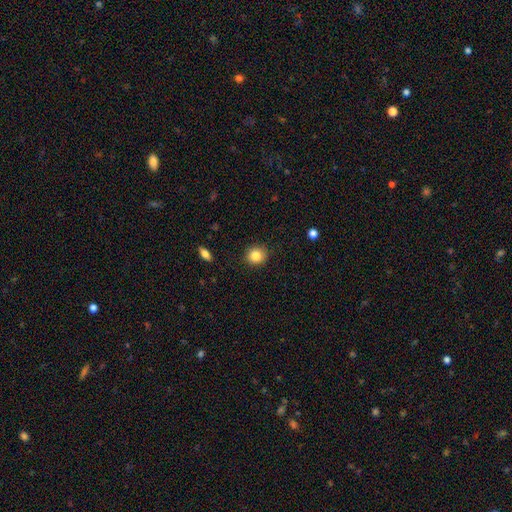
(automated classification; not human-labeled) smooth_or_featured: smooth (p=0.84) [alt: star or artifact p=0.10]
how_rounded: round (p=0.84) [alt: in between p=0.15]
merging: none (p=0.88) [alt: minor disturbance p=0.09]